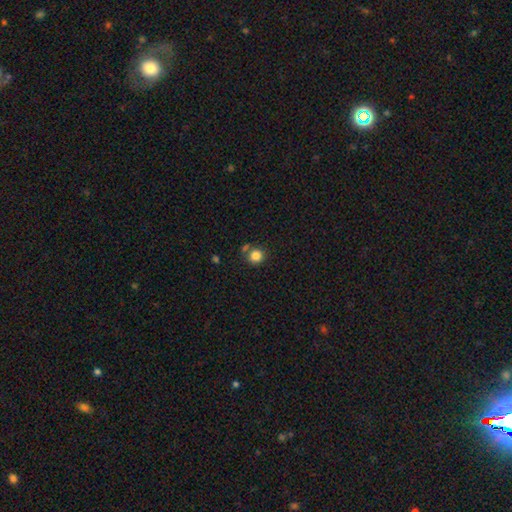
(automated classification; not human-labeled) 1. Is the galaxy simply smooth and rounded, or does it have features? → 84% smooth, 11% star or artifact, 5% featured or disk.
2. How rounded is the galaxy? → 89% round, 10% in between, 1% cigar-shaped.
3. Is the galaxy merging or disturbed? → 71% none, 15% merger, 10% minor disturbance, 4% major disturbance.